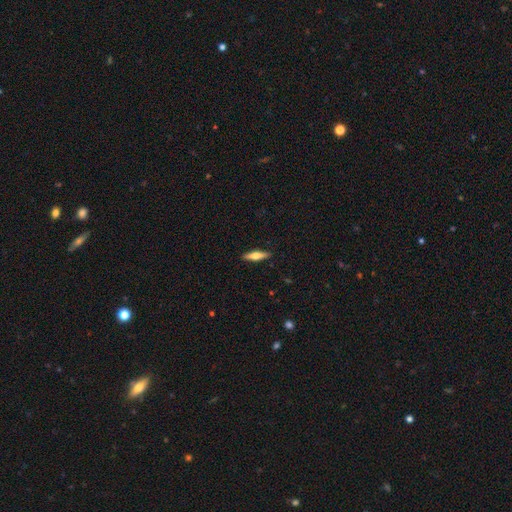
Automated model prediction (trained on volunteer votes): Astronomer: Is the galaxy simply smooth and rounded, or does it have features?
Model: smooth — 51% (runner-up: featured or disk, 43%).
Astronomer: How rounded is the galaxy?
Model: cigar-shaped — 70%.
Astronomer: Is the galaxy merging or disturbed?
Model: none — 90%.